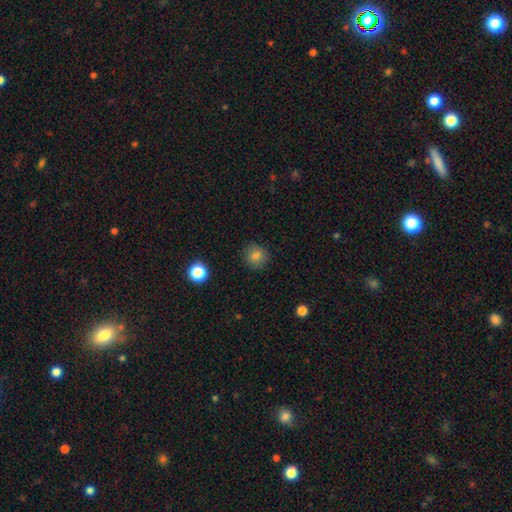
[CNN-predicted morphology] Smooth or featured? smooth (81%)
How rounded? round (90%)
Merging? none (88%)